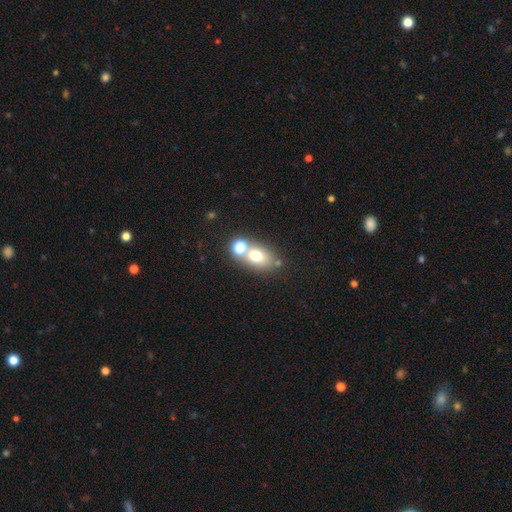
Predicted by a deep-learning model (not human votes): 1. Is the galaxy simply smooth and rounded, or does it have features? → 67% smooth, 18% featured or disk, 15% star or artifact.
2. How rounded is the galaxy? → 60% in between, 38% round, 2% cigar-shaped.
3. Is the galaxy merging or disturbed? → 51% none, 33% merger, 11% minor disturbance, 5% major disturbance.